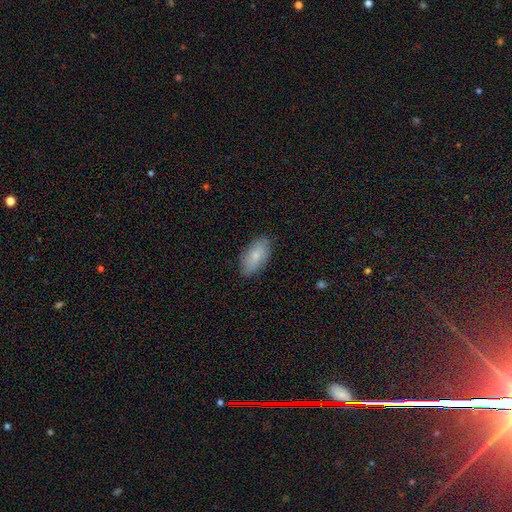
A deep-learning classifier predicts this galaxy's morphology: Smooth or featured: smooth — 74% (featured or disk — 20%)
How rounded: in between — 92% (cigar-shaped — 4%)
Merging: none — 82% (minor disturbance — 14%)